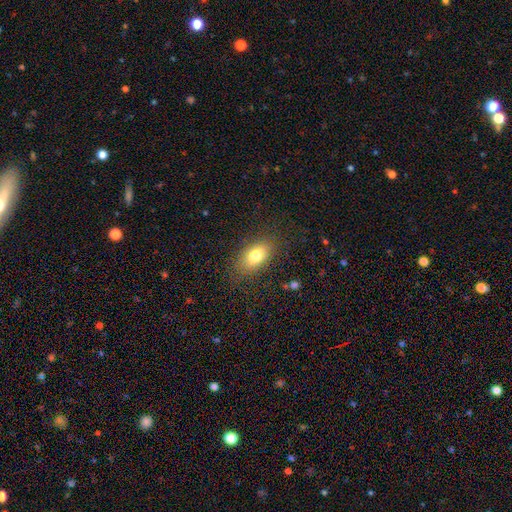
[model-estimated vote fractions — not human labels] smooth-or-featured: smooth: 77% | featured or disk: 14% | star or artifact: 9%
  how-rounded: in between: 88% | round: 9% | cigar-shaped: 4%
  merging: none: 82% | minor disturbance: 12% | major disturbance: 5% | merger: 1%